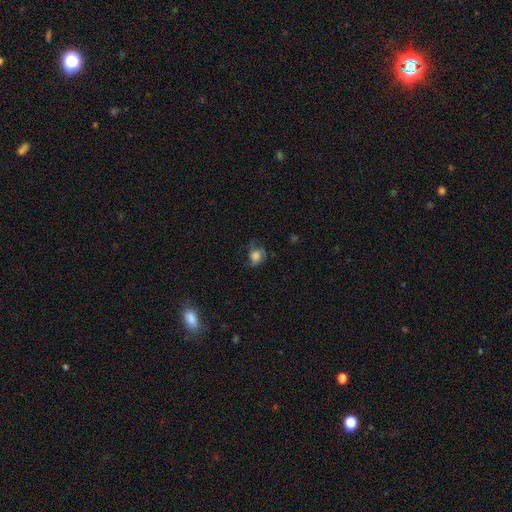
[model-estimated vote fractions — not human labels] Smooth or featured?
  - smooth: 61% *
  - featured or disk: 27%
  - star or artifact: 12%
How rounded?
  - round: 64% *
  - in between: 34%
  - cigar-shaped: 1%
Merging?
  - none: 50% *
  - minor disturbance: 26%
  - major disturbance: 22%
  - merger: 2%